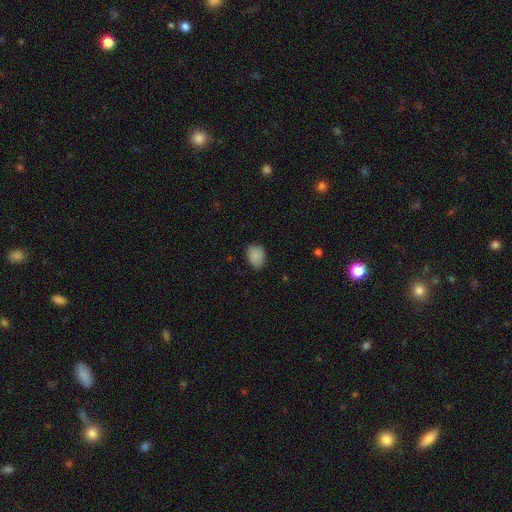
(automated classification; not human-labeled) The model was most divided on "how rounded": in between: 63%, round: 36%, cigar-shaped: 1%. More confident: smooth or featured — smooth (87%); merging — none (76%).